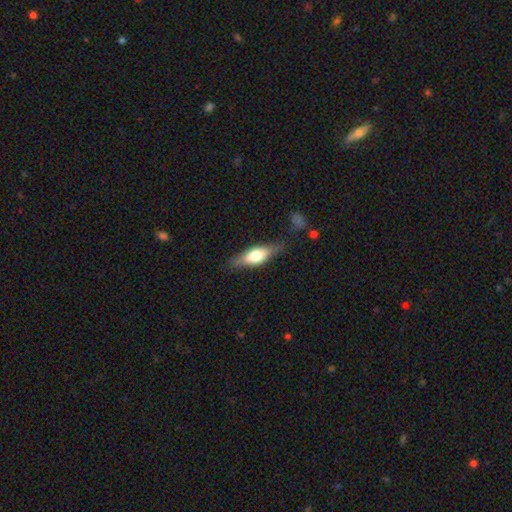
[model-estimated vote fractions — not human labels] smooth-or-featured: smooth: 53% | featured or disk: 40% | star or artifact: 6%
  how-rounded: in between: 61% | cigar-shaped: 36% | round: 3%
  merging: none: 73% | minor disturbance: 19% | major disturbance: 6% | merger: 2%